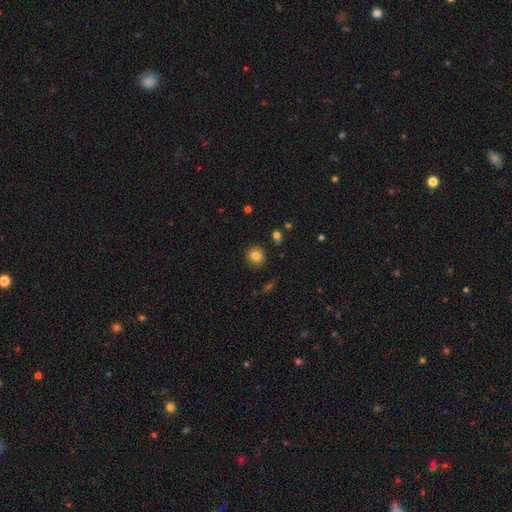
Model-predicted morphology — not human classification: Smooth or featured? smooth (84%)
How rounded? round (91%)
Merging? none (89%)